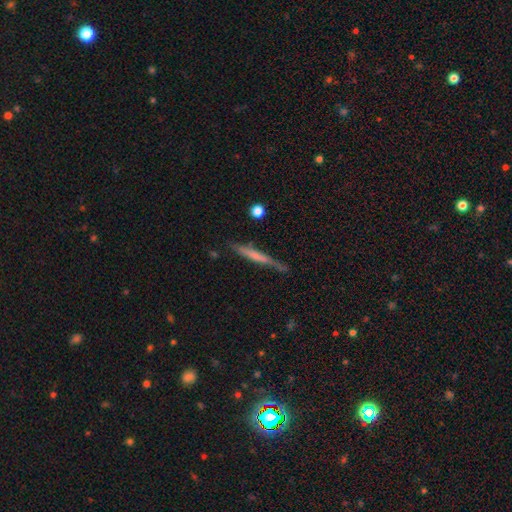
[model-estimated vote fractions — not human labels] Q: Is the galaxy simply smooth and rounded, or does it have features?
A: smooth — 47%.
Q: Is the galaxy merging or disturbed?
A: none — 72%.